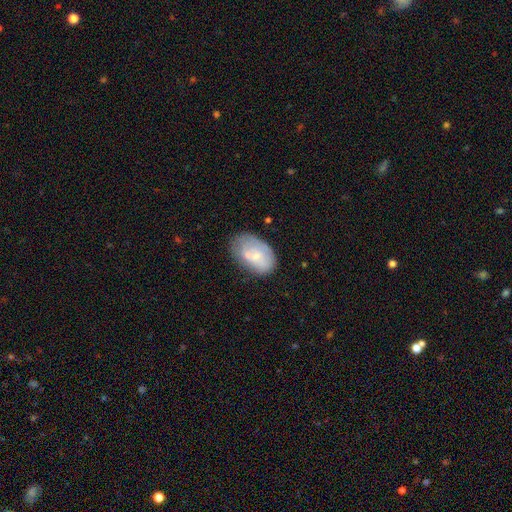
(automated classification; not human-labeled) This appears to be a smooth galaxy with no disk features (59%) that is in between round and cigar-shaped (89%). Merging: none (47%).